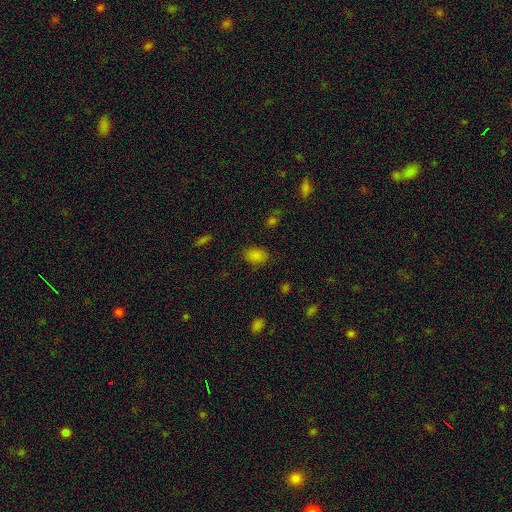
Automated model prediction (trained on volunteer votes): Smooth or featured? smooth (83%)
How rounded? in between (81%)
Merging? none (81%)